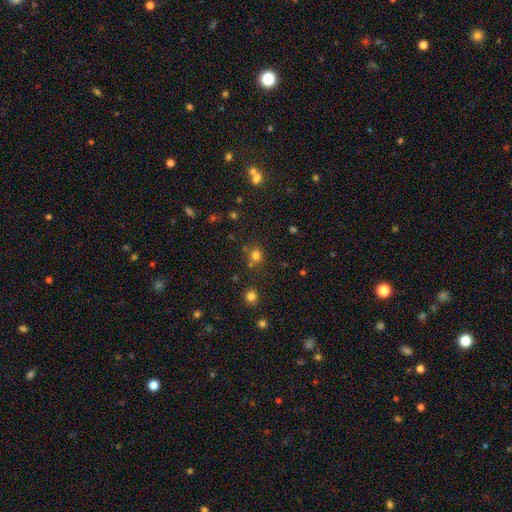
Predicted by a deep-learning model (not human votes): Q: Smooth or featured?
A: smooth (75%); runner-up: star or artifact (19%)
Q: How rounded?
A: round (85%); runner-up: in between (14%)
Q: Merging?
A: none (70%); runner-up: merger (15%)